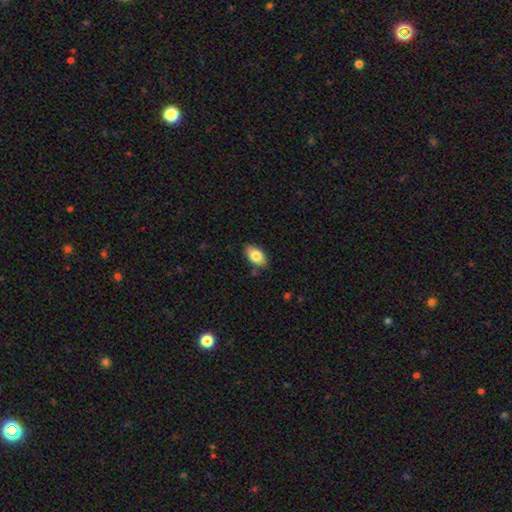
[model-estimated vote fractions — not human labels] smooth-or-featured: smooth: 82% | featured or disk: 11% | star or artifact: 7%
  how-rounded: in between: 93% | round: 5% | cigar-shaped: 2%
  merging: none: 82% | minor disturbance: 14% | major disturbance: 2% | merger: 2%